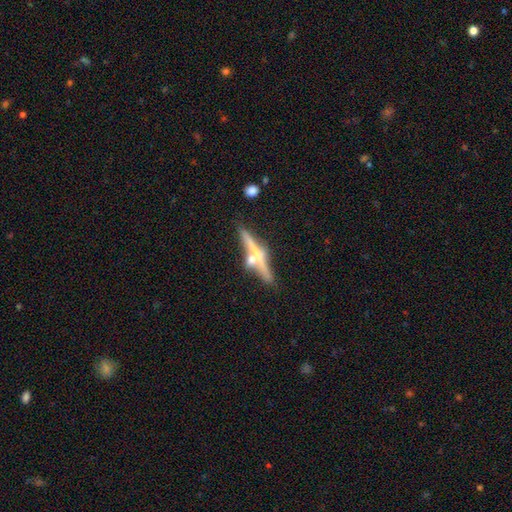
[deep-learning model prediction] A featured or disk galaxy (65%) viewed edge-on (92%) with a rounded central bulge (67%).

Vote fractions:
- Smooth or featured? featured or disk: 65% / smooth: 27% / star or artifact: 8%
- Edge-on disk? yes: 92% / no: 8%
- Edge-on bulge? rounded: 67% / none: 24% / boxy: 9%
- Merging? none: 57% / merger: 25% / minor disturbance: 12% / major disturbance: 6%